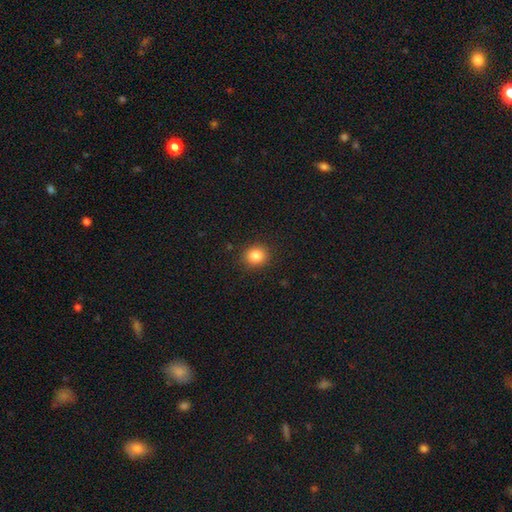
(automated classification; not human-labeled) A smooth galaxy with no disk features (84%) that is round (82%). Merging: none (90%).